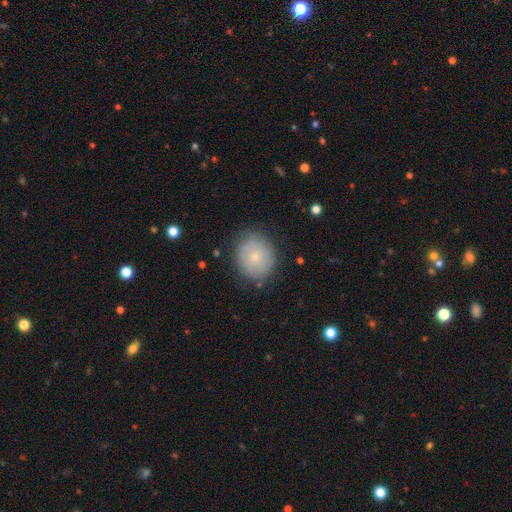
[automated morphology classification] This is likely a smooth galaxy (70%). How rounded: likely round (76%). Merging: clearly none (82%).